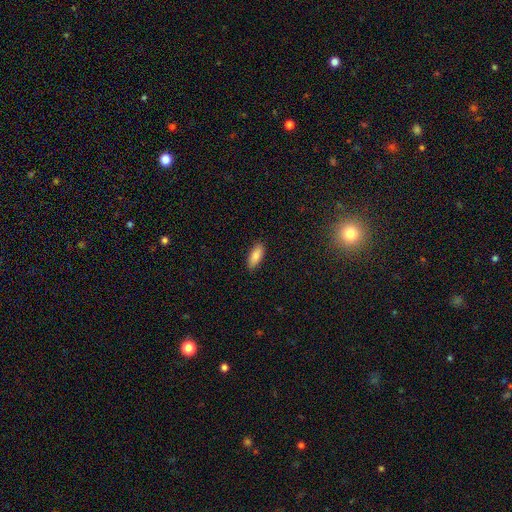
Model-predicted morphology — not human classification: This appears to be a smooth galaxy with no disk features (87%) that is in between round and cigar-shaped (77%). Merging: none (88%).